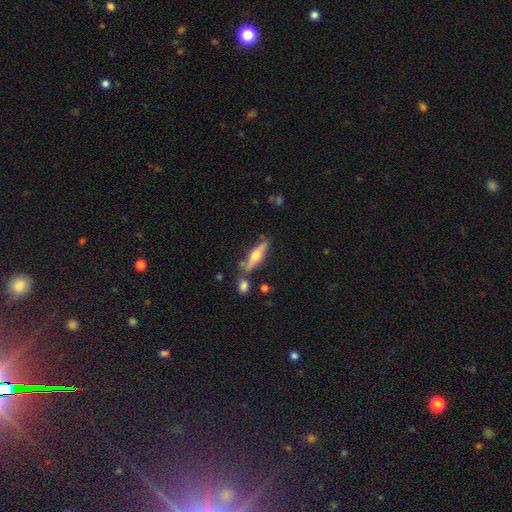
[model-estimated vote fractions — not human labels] This appears to be a featured or disk galaxy (56%) viewed edge-on (89%). Merging: none (71%).